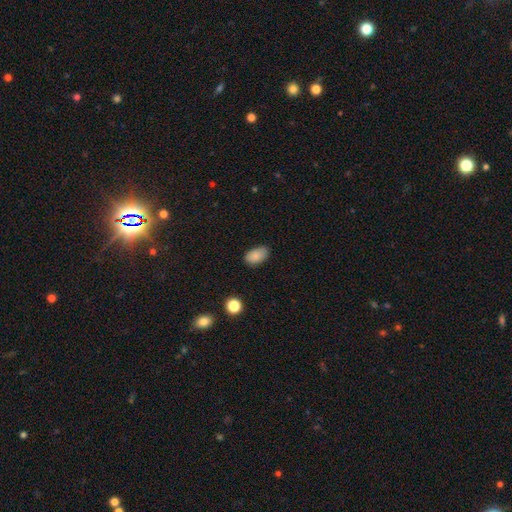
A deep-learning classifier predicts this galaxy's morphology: smooth 86%, star or artifact 9%, featured or disk 5%. Down the decision tree: how rounded — in between (92%); merging — none (78%).